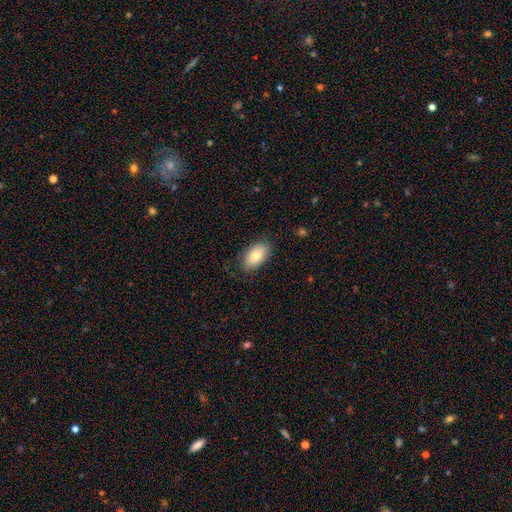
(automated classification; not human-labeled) A smooth galaxy with no disk features (79%) that is in between round and cigar-shaped (93%).

Vote fractions:
- Smooth or featured? smooth: 79% / featured or disk: 14% / star or artifact: 7%
- How rounded? in between: 93% / round: 5% / cigar-shaped: 2%
- Merging? none: 84% / minor disturbance: 12% / major disturbance: 3% / merger: 1%